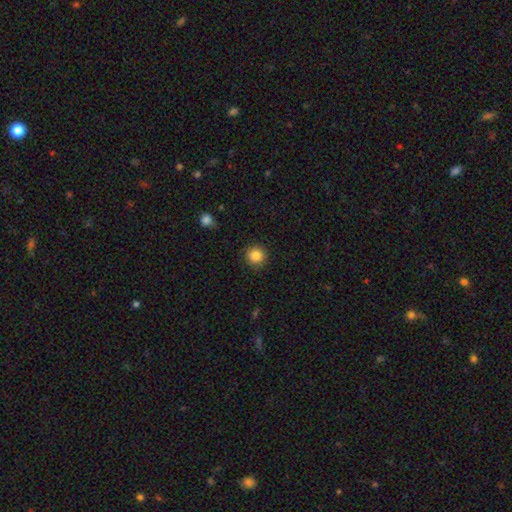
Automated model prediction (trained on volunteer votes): This is clearly a smooth galaxy (85%). How rounded: clearly round (94%). Merging: clearly none (89%).